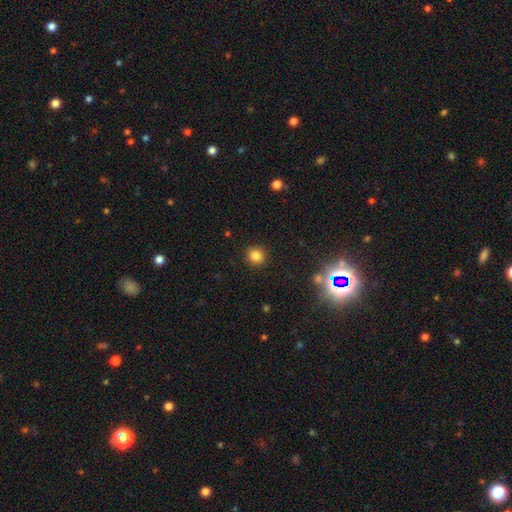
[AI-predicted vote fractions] smooth 82%, star or artifact 13%, featured or disk 5%. Down the decision tree: how rounded — round (85%); merging — none (90%).